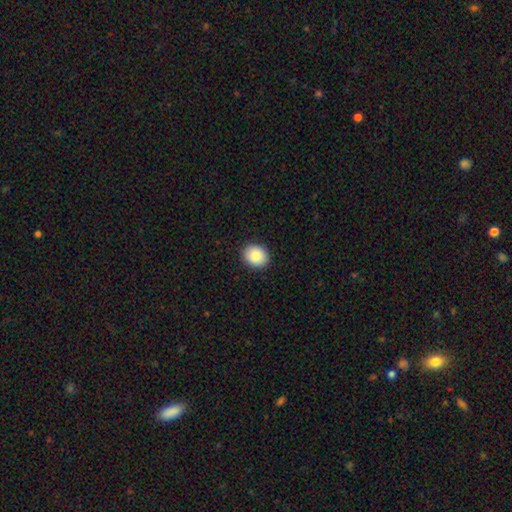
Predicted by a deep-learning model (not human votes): Overall: smooth (87%). How rounded: round (61%; in between 38%). Merging: none (91%).